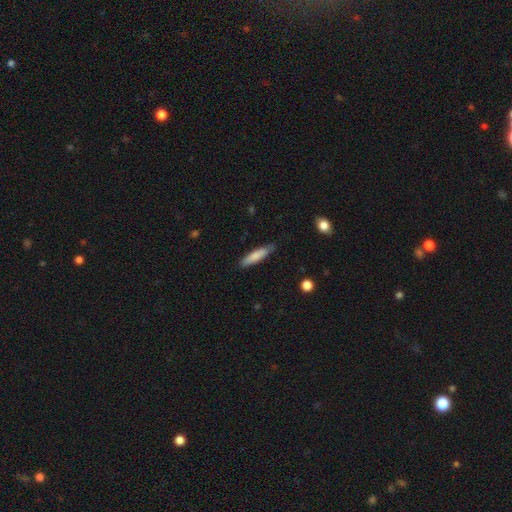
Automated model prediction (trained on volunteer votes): A smooth galaxy with no disk features (80%) that is cigar-shaped (79%).

Vote fractions:
- Smooth or featured? smooth: 80% / featured or disk: 15% / star or artifact: 6%
- How rounded? cigar-shaped: 79% / in between: 20% / round: 1%
- Merging? none: 81% / minor disturbance: 15% / major disturbance: 2% / merger: 1%